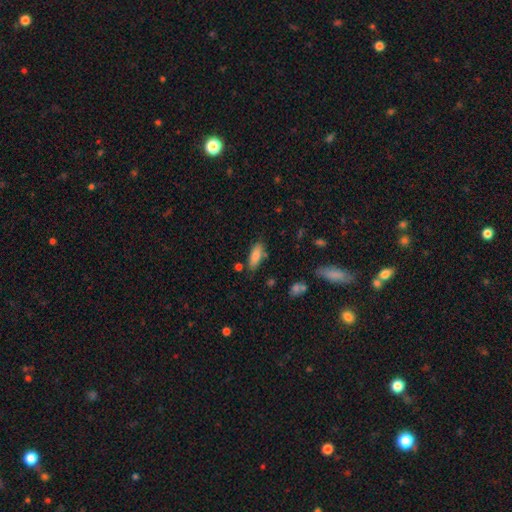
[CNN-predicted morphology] smooth-or-featured: smooth: 84% | featured or disk: 9% | star or artifact: 7%
  how-rounded: in between: 70% | cigar-shaped: 28% | round: 2%
  merging: none: 77% | minor disturbance: 14% | merger: 6% | major disturbance: 3%